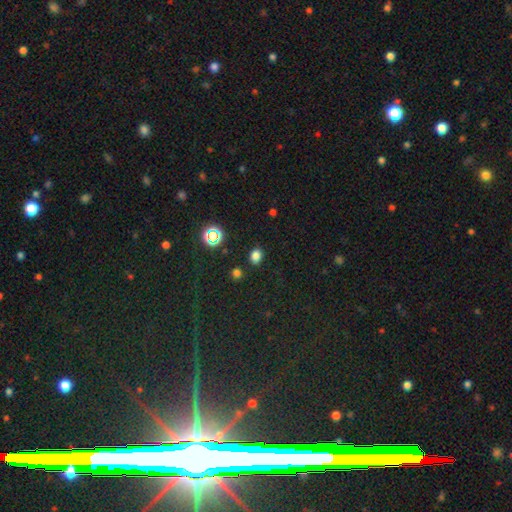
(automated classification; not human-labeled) Q: Smooth or featured?
A: smooth (77%); runner-up: star or artifact (19%)
Q: How rounded?
A: in between (60%); runner-up: round (39%)
Q: Merging?
A: none (84%); runner-up: minor disturbance (10%)